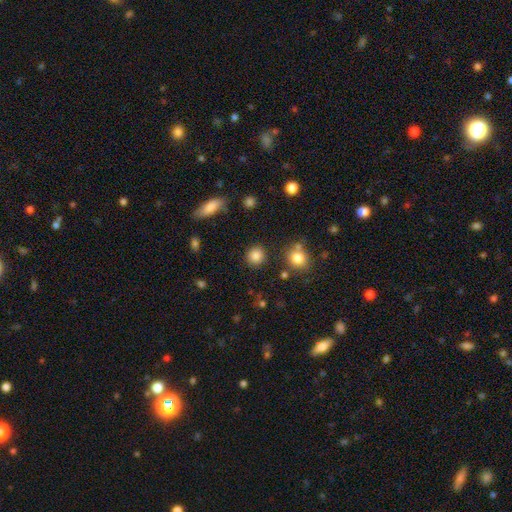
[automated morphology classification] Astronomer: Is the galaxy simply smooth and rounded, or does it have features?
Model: smooth — 85%.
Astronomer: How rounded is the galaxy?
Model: round — 88%.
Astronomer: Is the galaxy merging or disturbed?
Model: none — 88%.